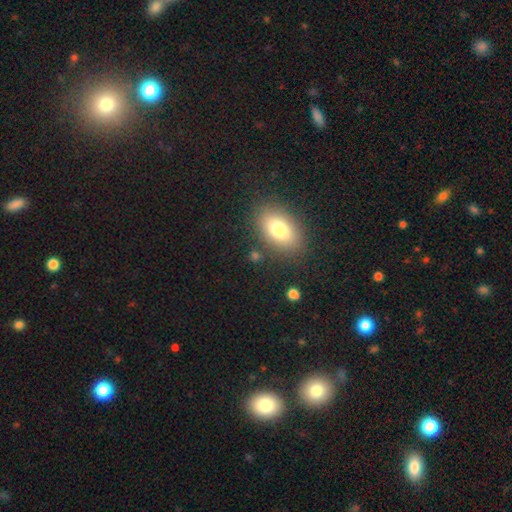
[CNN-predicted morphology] Smooth or featured: smooth — 76% (featured or disk — 12%)
How rounded: in between — 79% (round — 17%)
Merging: none — 82% (minor disturbance — 10%)